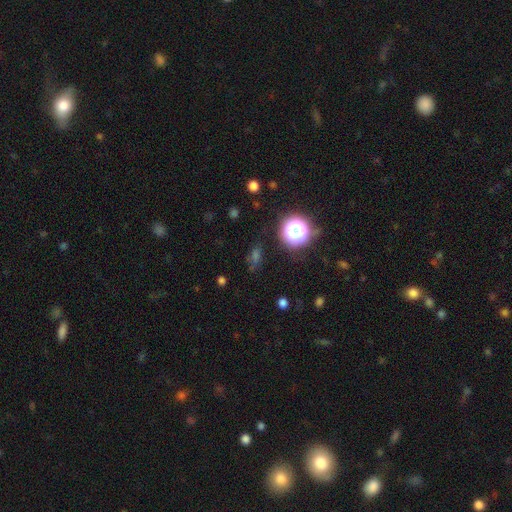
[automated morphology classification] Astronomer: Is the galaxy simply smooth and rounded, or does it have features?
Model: star or artifact — 49% (runner-up: smooth, 40%).